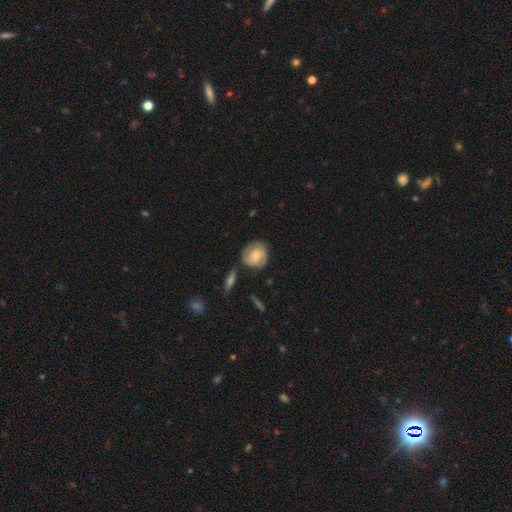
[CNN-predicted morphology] This appears to be a smooth galaxy with no disk features (53%) that is round (80%). Merging: none (72%).